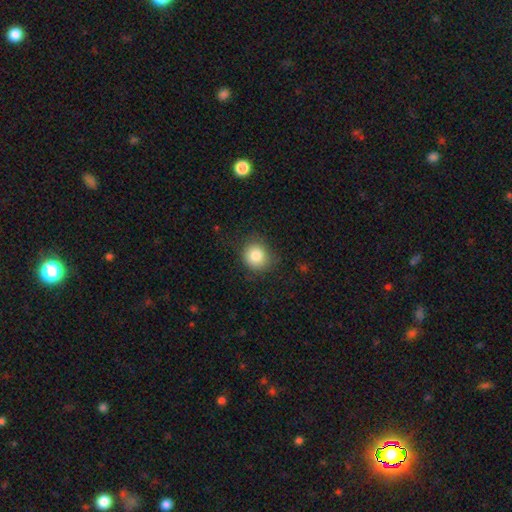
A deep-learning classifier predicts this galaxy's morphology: Smooth or featured? smooth (84%)
How rounded? round (86%)
Merging? none (80%)